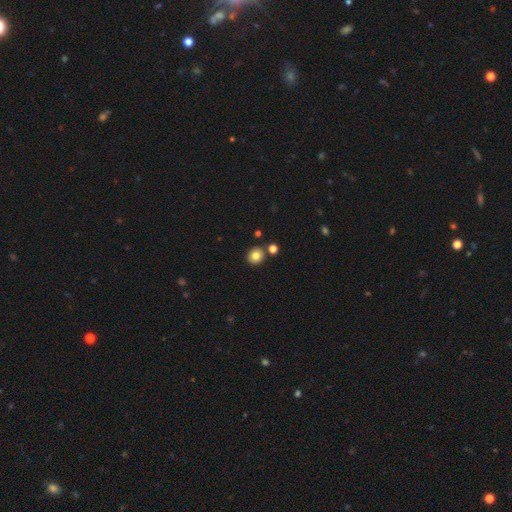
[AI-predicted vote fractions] Smooth or featured: smooth — 81% (star or artifact — 11%)
How rounded: round — 77% (in between — 22%)
Merging: none — 81% (merger — 10%)